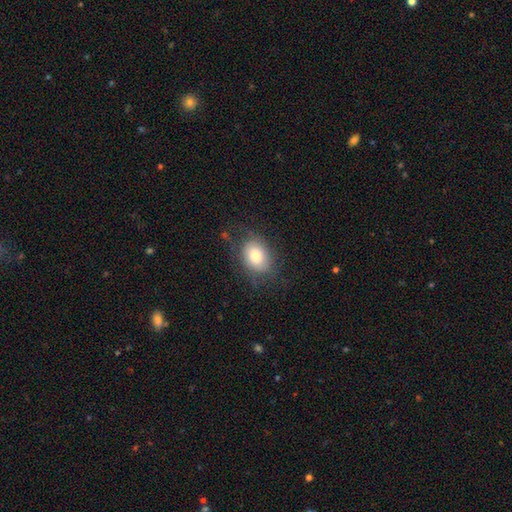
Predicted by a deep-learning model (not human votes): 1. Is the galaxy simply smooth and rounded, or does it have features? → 71% smooth, 21% featured or disk, 8% star or artifact.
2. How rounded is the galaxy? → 67% in between, 32% round, 1% cigar-shaped.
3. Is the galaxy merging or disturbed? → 66% none, 21% minor disturbance, 12% major disturbance, 1% merger.